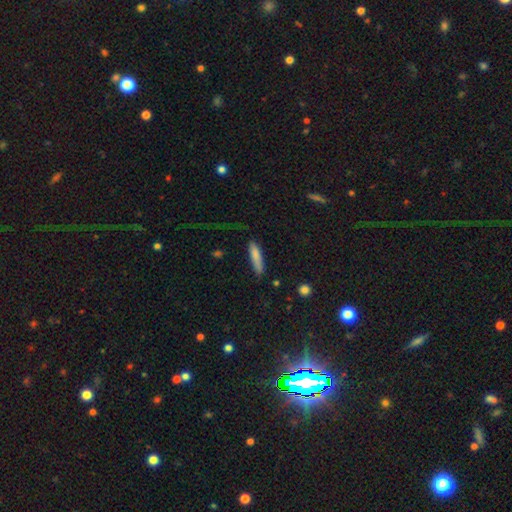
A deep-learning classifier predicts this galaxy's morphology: This appears to be a smooth galaxy with no disk features (82%) that is cigar-shaped (79%). Merging: none (73%).